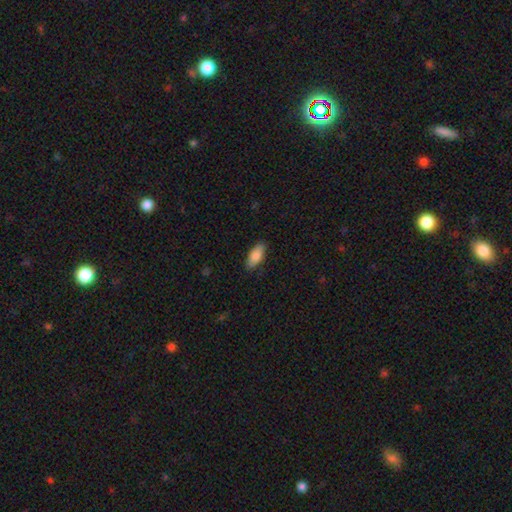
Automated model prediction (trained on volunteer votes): smooth-or-featured: smooth: 85% | featured or disk: 9% | star or artifact: 6%
  how-rounded: in between: 83% | cigar-shaped: 15% | round: 2%
  merging: none: 87% | minor disturbance: 10% | major disturbance: 2% | merger: 1%